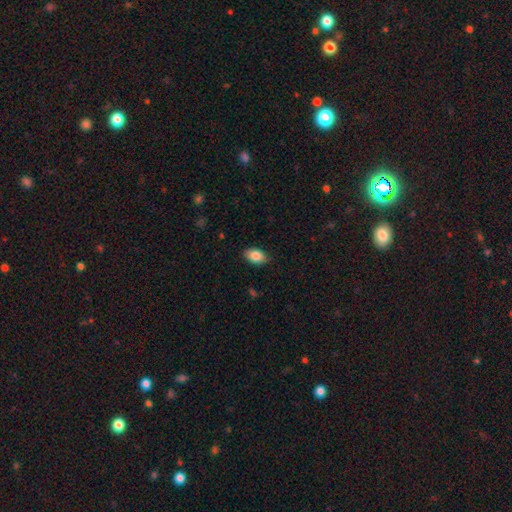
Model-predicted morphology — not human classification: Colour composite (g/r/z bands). It shows a smooth galaxy with no disk features (86%) that is in between round and cigar-shaped (90%). Merging: none (87%).